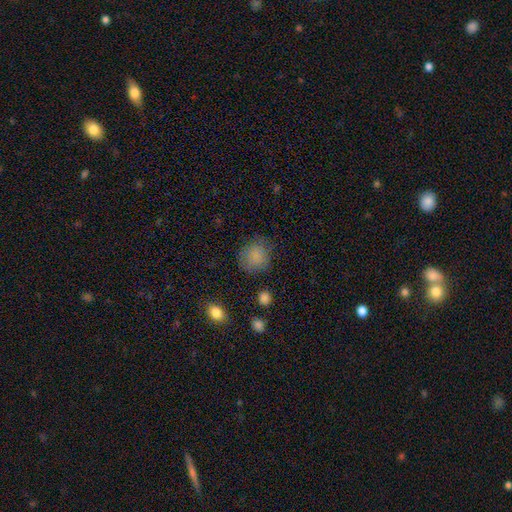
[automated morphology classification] This is clearly a smooth galaxy (82%). How rounded: clearly round (84%). Merging: likely none (75%).